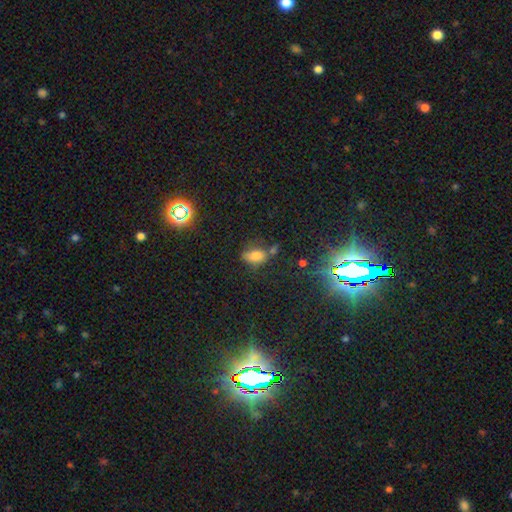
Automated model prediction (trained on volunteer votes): smooth 69%, star or artifact 19%, featured or disk 12%. Down the decision tree: how rounded — in between (82%); merging — none (53%).